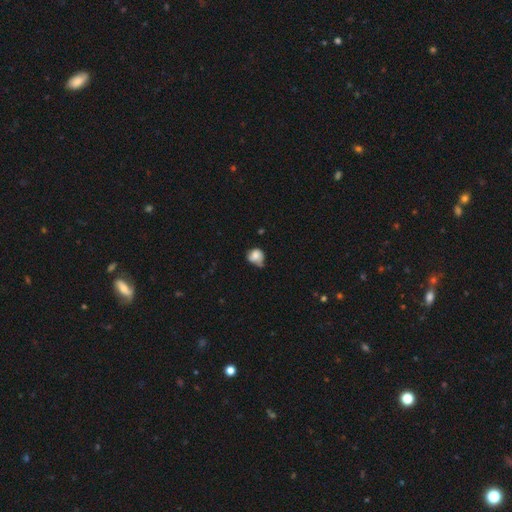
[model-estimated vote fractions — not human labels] A smooth galaxy with no disk features (72%) that is round (70%). Merging: minor disturbance (37%, tied with none).